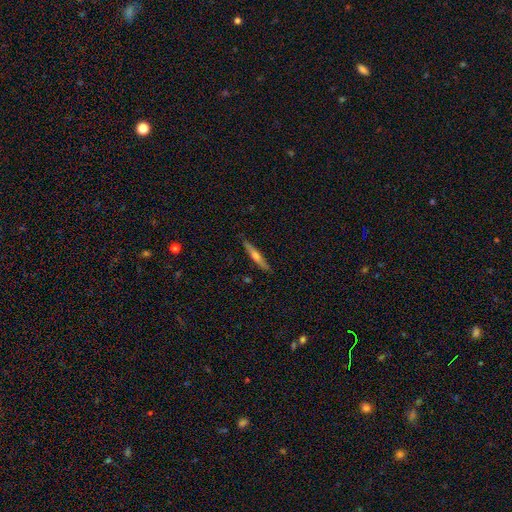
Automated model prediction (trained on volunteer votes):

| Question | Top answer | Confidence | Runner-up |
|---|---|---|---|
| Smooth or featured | featured or disk | 50% | smooth (44%) |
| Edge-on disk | yes | 95% | no (5%) |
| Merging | none | 88% | minor disturbance (9%) |